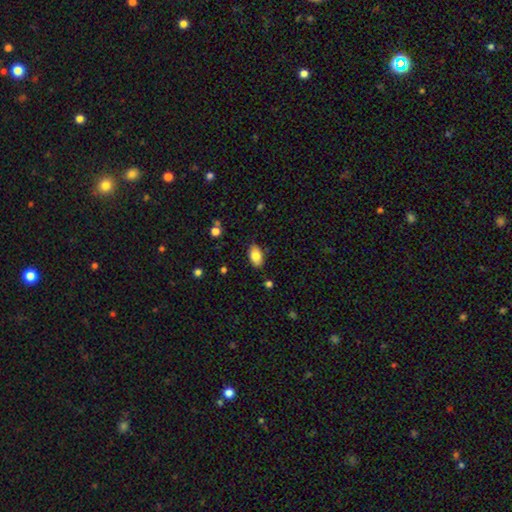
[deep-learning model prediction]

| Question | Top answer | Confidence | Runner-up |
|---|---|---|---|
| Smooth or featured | smooth | 84% | featured or disk (9%) |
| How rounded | in between | 92% | round (6%) |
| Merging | none | 83% | minor disturbance (13%) |